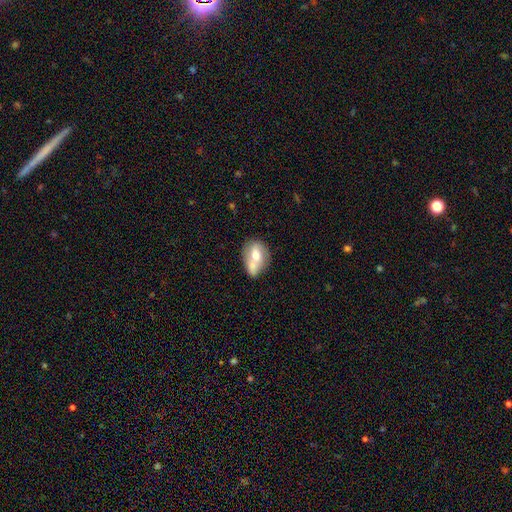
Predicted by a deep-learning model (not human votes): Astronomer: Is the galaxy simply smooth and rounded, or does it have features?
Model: smooth — 62%.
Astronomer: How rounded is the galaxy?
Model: in between — 67%.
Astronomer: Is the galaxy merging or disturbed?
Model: merger — 44% (runner-up: none, 34%).